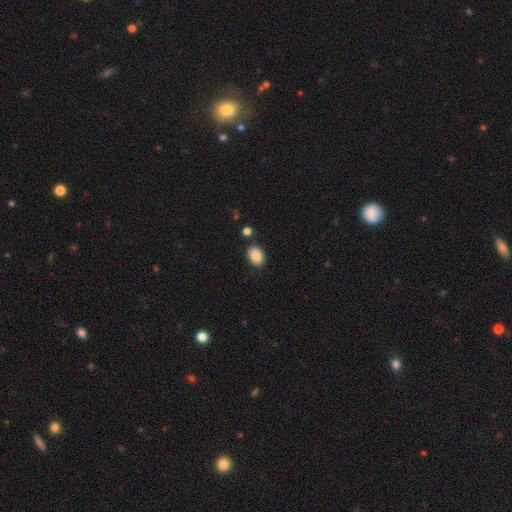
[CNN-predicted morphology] Smooth or featured? smooth (87%)
How rounded? in between (81%)
Merging? none (83%)